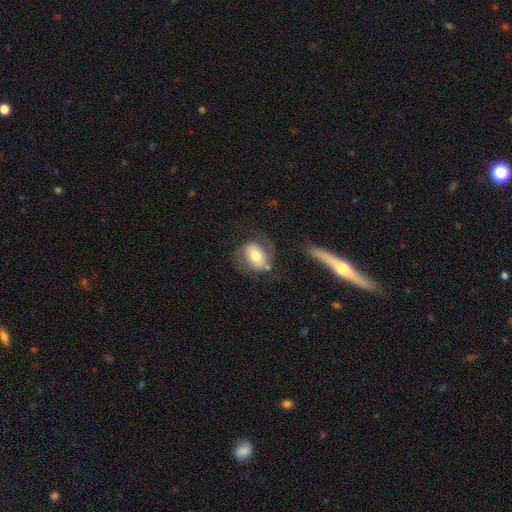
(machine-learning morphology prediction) type=smooth (50%); roundness=in between (64%); merging=none (53%).